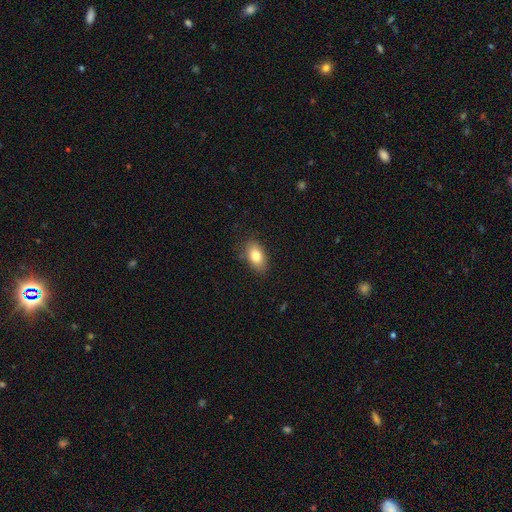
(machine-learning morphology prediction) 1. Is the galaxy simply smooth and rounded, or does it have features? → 81% smooth, 11% featured or disk, 8% star or artifact.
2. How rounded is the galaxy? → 90% in between, 7% round, 3% cigar-shaped.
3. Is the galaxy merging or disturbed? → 83% none, 13% minor disturbance, 3% major disturbance, 1% merger.